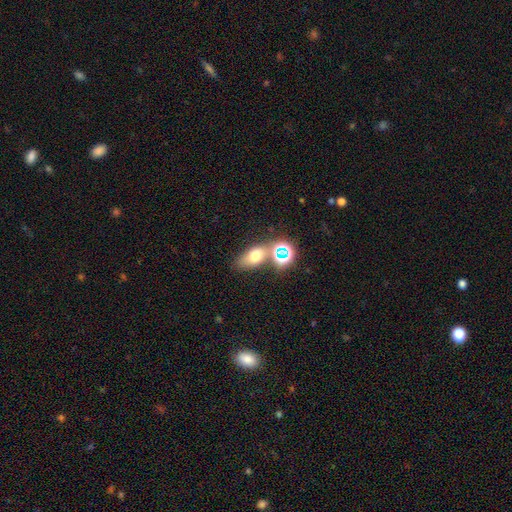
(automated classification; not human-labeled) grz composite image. It shows a smooth galaxy with no disk features (63%) that is in between round and cigar-shaped (75%). Merging: none (58%).